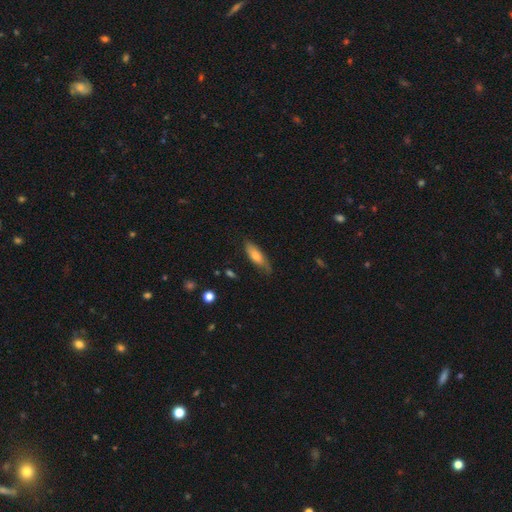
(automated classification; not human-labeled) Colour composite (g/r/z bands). It shows a smooth galaxy with no disk features (67%) that is in between round and cigar-shaped (54%). Merging: none (69%).